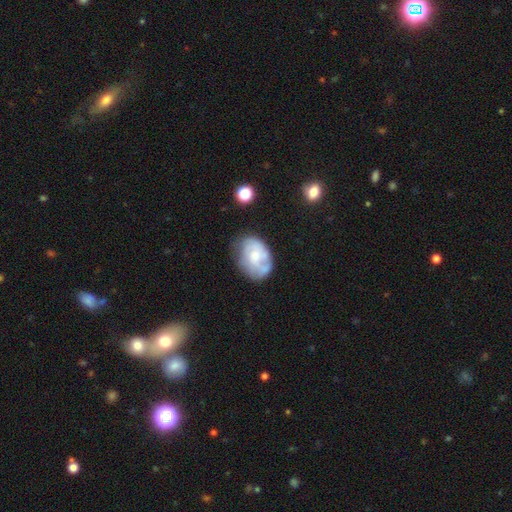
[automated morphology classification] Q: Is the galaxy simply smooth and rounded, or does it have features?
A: featured or disk — 57%.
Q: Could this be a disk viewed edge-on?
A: no — 97%.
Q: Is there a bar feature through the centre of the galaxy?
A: no — 76%.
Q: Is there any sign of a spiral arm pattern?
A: yes — 64%.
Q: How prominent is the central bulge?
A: small — 47%.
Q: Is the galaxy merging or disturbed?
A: none — 52%.